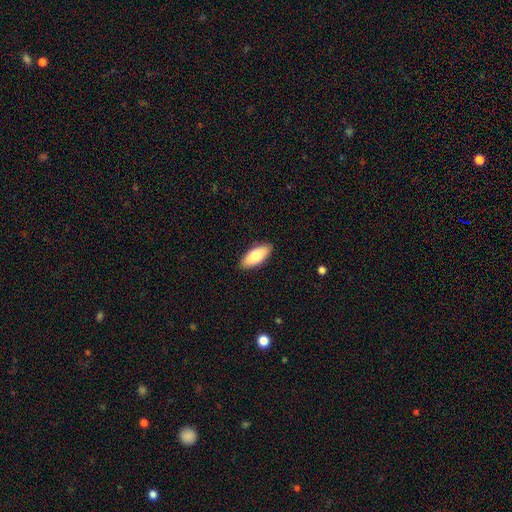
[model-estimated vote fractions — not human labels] Smooth or featured: smooth — 77% (featured or disk — 17%)
How rounded: in between — 84% (cigar-shaped — 14%)
Merging: none — 89% (minor disturbance — 8%)